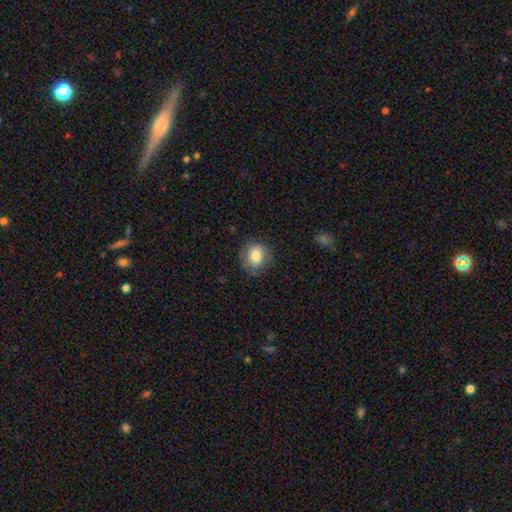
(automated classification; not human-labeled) Morphology: type=smooth (78%); roundness=round (73%); merging=none (77%).